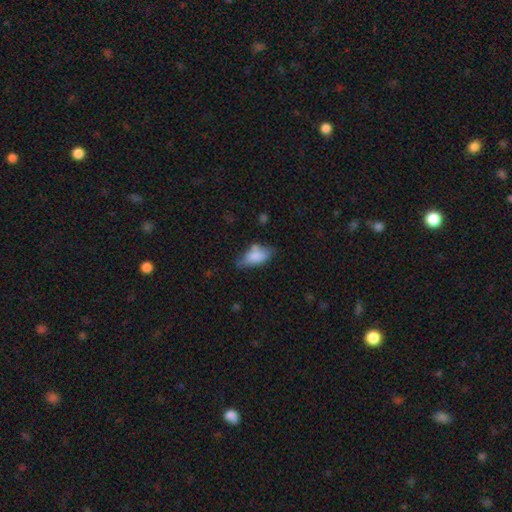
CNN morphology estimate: Smooth or featured?
  - smooth: 80% *
  - featured or disk: 12%
  - star or artifact: 8%
How rounded?
  - in between: 87% *
  - cigar-shaped: 10%
  - round: 3%
Merging?
  - none: 53% *
  - minor disturbance: 30%
  - major disturbance: 9%
  - merger: 8%